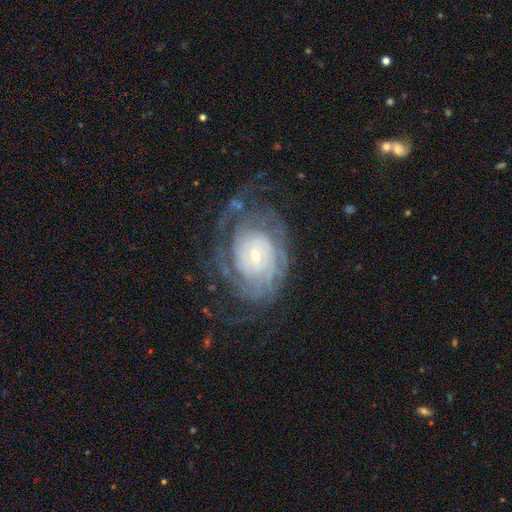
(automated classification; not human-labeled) Overall: featured or disk (86%). Edge-on disk: no (96%). Bar: no (70%). Spiral arms: yes (95%). Spiral arm count: can't tell (38%; 2 17%). Spiral winding: tight (73%). Bulge size: small (71%). Merging: none (63%).